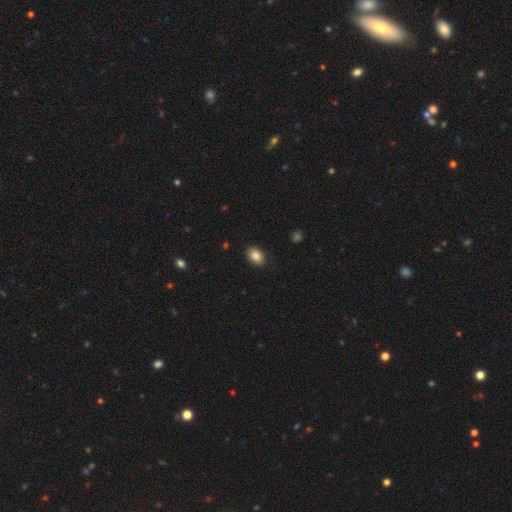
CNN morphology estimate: Overall: smooth (86%). How rounded: in between (78%). Merging: none (89%).